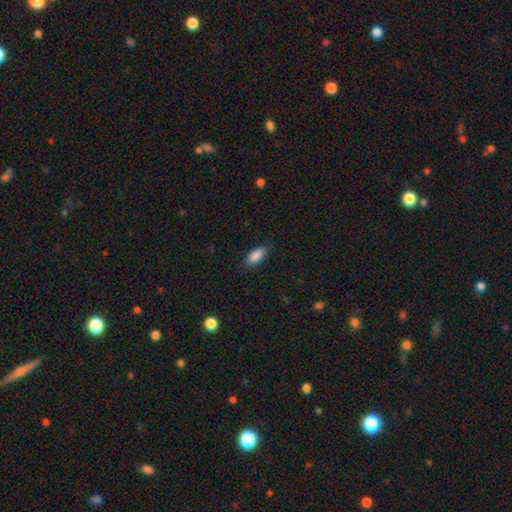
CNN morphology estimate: smooth-or-featured: smooth: 88% | star or artifact: 7% | featured or disk: 5%
  how-rounded: in between: 86% | cigar-shaped: 12% | round: 2%
  merging: none: 83% | minor disturbance: 13% | major disturbance: 3% | merger: 1%